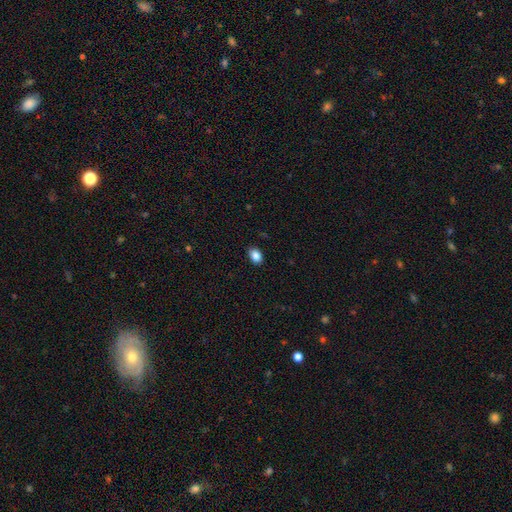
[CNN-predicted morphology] smooth_or_featured: smooth (p=0.88) [alt: star or artifact p=0.09]
how_rounded: in between (p=0.79) [alt: round p=0.20]
merging: none (p=0.88) [alt: minor disturbance p=0.09]